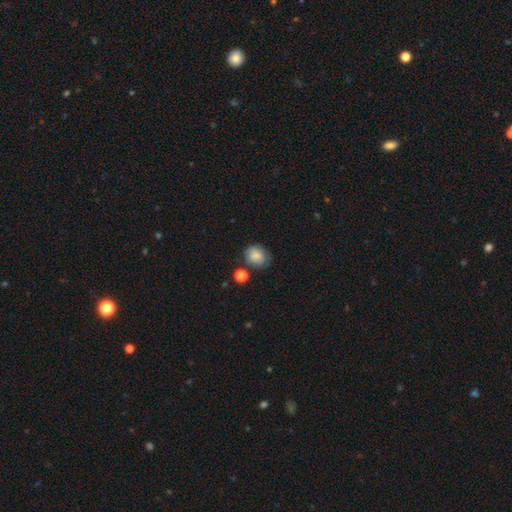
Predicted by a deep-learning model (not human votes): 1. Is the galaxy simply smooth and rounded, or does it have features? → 79% smooth, 12% featured or disk, 9% star or artifact.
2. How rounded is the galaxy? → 61% round, 38% in between, 1% cigar-shaped.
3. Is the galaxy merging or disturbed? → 66% none, 21% minor disturbance, 7% merger, 6% major disturbance.